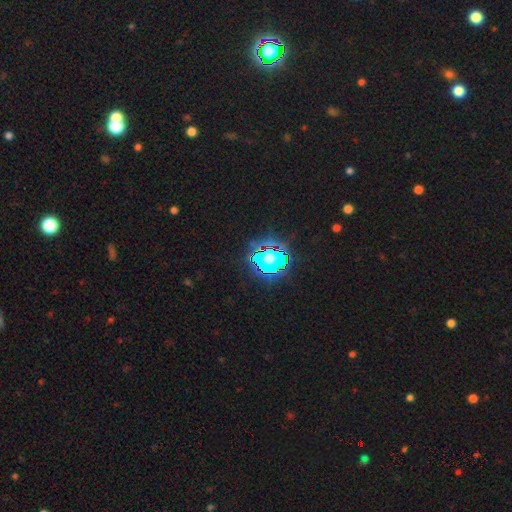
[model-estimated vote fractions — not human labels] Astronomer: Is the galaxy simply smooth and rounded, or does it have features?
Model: star or artifact — 75%.